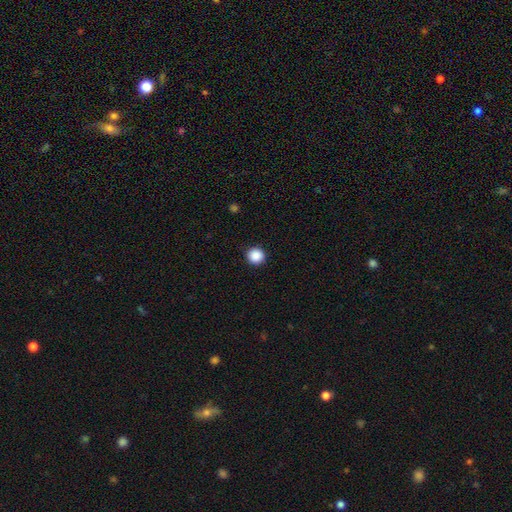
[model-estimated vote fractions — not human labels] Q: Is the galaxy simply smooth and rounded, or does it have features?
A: smooth — 89%.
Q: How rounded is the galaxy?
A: round — 95%.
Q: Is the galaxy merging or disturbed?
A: none — 92%.